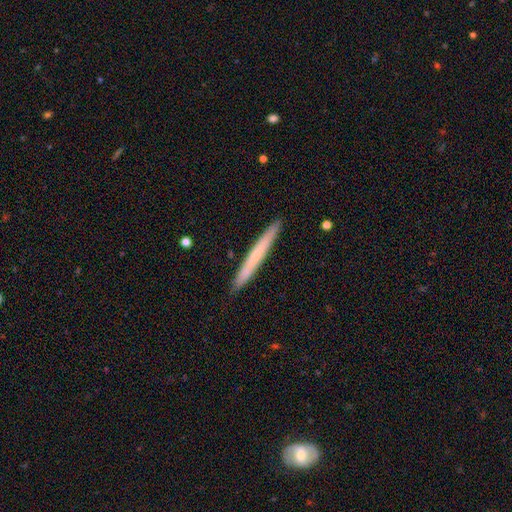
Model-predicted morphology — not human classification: Smooth or featured? Predicted: smooth (p=0.56). How rounded? Predicted: cigar-shaped (p=0.97). Merging? Predicted: none (p=0.91).